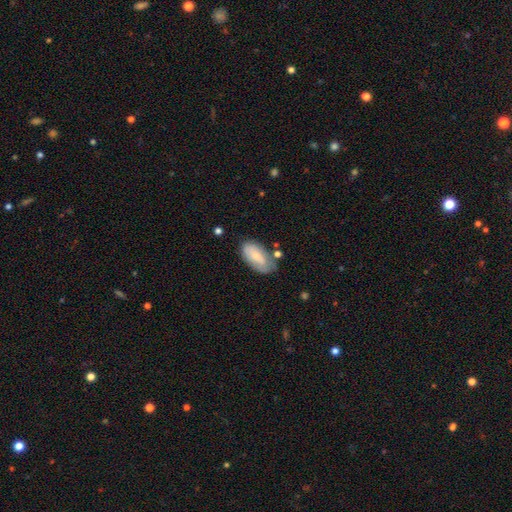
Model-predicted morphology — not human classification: This appears to be a smooth galaxy with no disk features (70%) that is in between round and cigar-shaped (93%). Merging: none (62%).